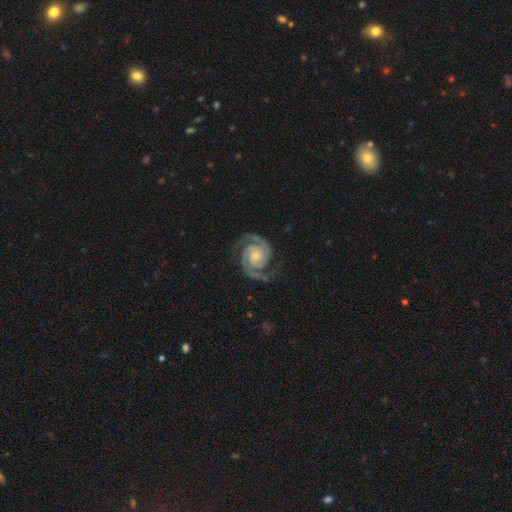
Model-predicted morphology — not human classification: This appears to be a featured or disk galaxy (93%) with no bar (68%), 2 (90%) tight (55%) spiral arms (99%) and a small central bulge (58%). Merging: none (80%).